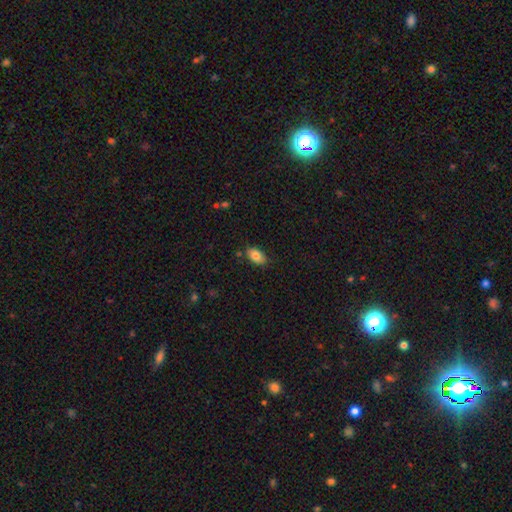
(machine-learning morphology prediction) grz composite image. It shows a smooth galaxy with no disk features (82%) that is in between round and cigar-shaped (91%). Merging: none (80%).